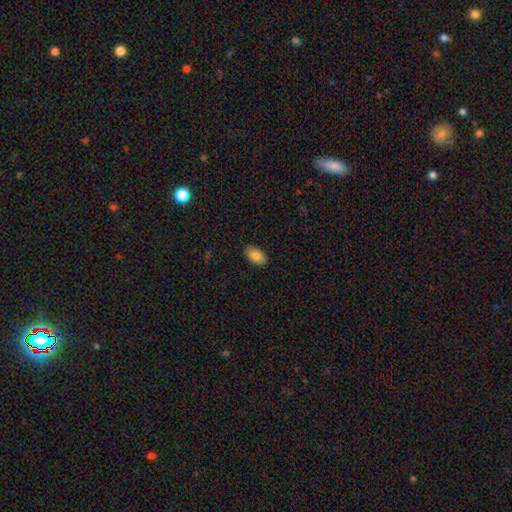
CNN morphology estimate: Smooth or featured? Predicted: smooth (p=0.84). How rounded? Predicted: in between (p=0.93). Merging? Predicted: none (p=0.87).